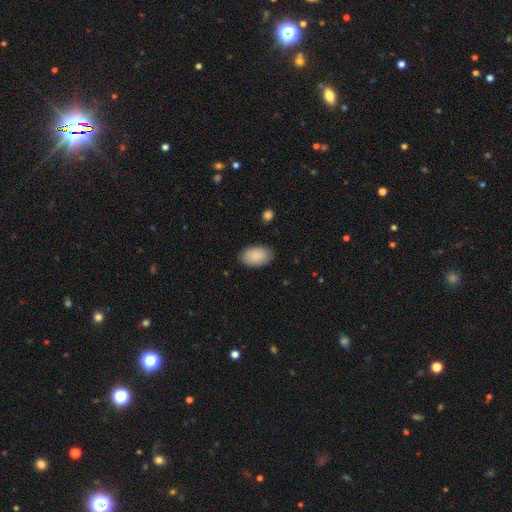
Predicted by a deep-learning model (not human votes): Smooth or featured?
  - smooth: 89% *
  - star or artifact: 6%
  - featured or disk: 5%
How rounded?
  - in between: 92% *
  - round: 6%
  - cigar-shaped: 1%
Merging?
  - none: 86% *
  - minor disturbance: 10%
  - major disturbance: 2%
  - merger: 1%